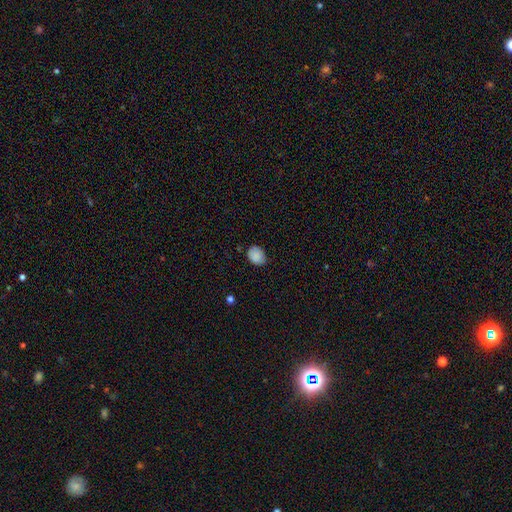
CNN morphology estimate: Overall: smooth (86%). How rounded: in between (53%; round 46%). Merging: none (73%).